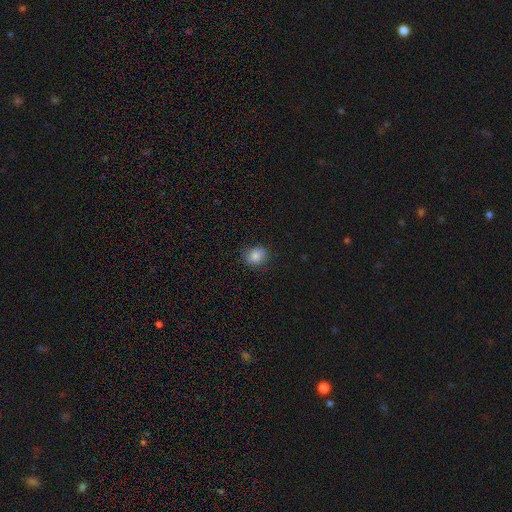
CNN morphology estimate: This appears to be a smooth galaxy with no disk features (83%) that is round (60%). Merging: none (80%).